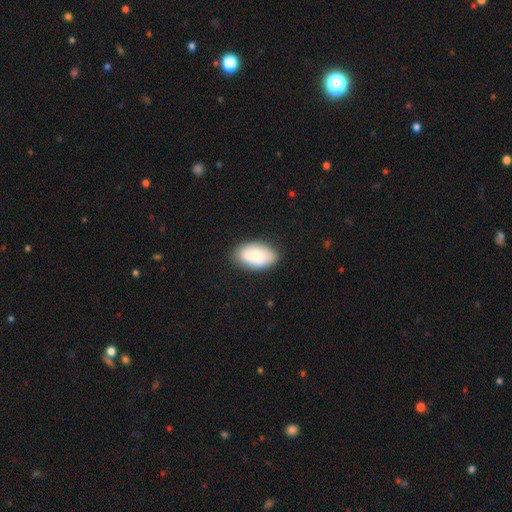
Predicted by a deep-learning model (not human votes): The model was most divided on "smooth or featured": smooth: 73%, featured or disk: 20%, star or artifact: 6%. More confident: how rounded — in between (92%); merging — none (82%).